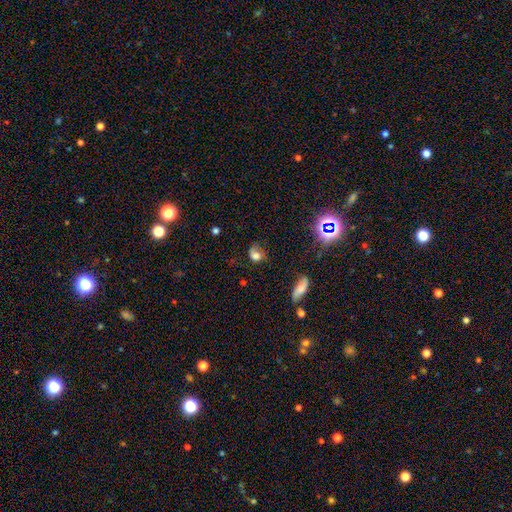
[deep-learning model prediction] smooth-or-featured: smooth: 67% | featured or disk: 19% | star or artifact: 14%
  how-rounded: round: 49% (tied) | in between: 49% (tied) | cigar-shaped: 2%
  merging: none: 36% | minor disturbance: 30% | major disturbance: 27% | merger: 6%